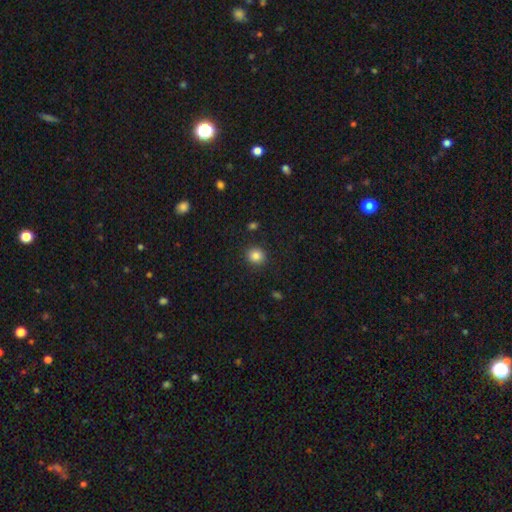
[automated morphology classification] smooth_or_featured: smooth (p=0.84) [alt: star or artifact p=0.11]
how_rounded: round (p=0.87) [alt: in between p=0.12]
merging: none (p=0.90) [alt: minor disturbance p=0.06]